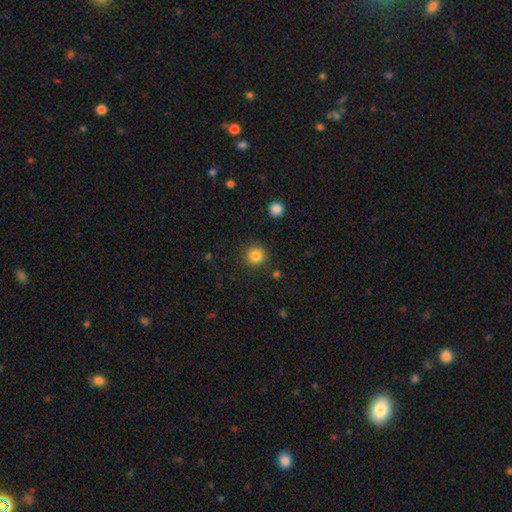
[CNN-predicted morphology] Q: Smooth or featured?
A: smooth (83%); runner-up: star or artifact (11%)
Q: How rounded?
A: round (95%); runner-up: in between (5%)
Q: Merging?
A: none (90%); runner-up: minor disturbance (6%)